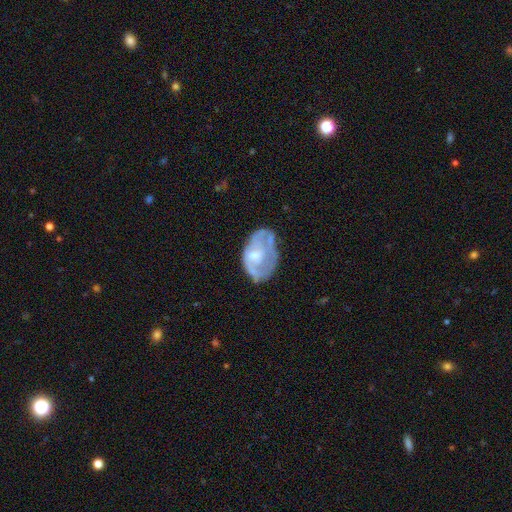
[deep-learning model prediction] Smooth or featured? Predicted: featured or disk (p=0.57). Edge-on disk? Predicted: no (p=0.96). Bar? Predicted: no (p=0.72). Spiral arms? Predicted: no (p=0.59). Bulge size? Predicted: moderate (p=0.44). Merging? Predicted: none (p=0.42).